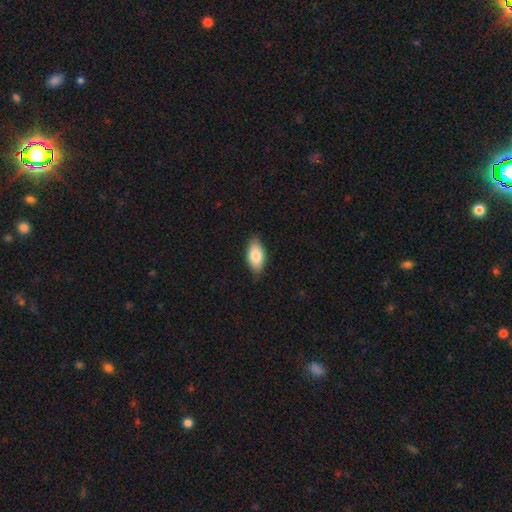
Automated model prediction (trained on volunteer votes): A smooth galaxy with no disk features (82%) that is in between round and cigar-shaped (91%).

Vote fractions:
- Smooth or featured? smooth: 82% / featured or disk: 12% / star or artifact: 6%
- How rounded? in between: 91% / cigar-shaped: 6% / round: 3%
- Merging? none: 81% / minor disturbance: 15% / major disturbance: 2% / merger: 1%